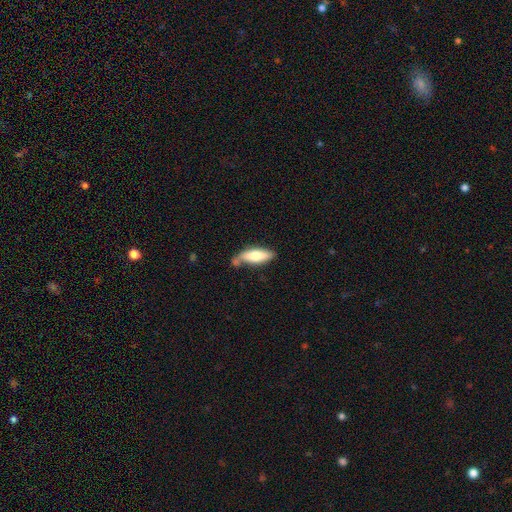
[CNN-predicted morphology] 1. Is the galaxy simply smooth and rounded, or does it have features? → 71% smooth, 24% featured or disk, 6% star or artifact.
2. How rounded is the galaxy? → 61% in between, 37% cigar-shaped, 2% round.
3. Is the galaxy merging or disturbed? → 55% none, 23% minor disturbance, 16% merger, 6% major disturbance.